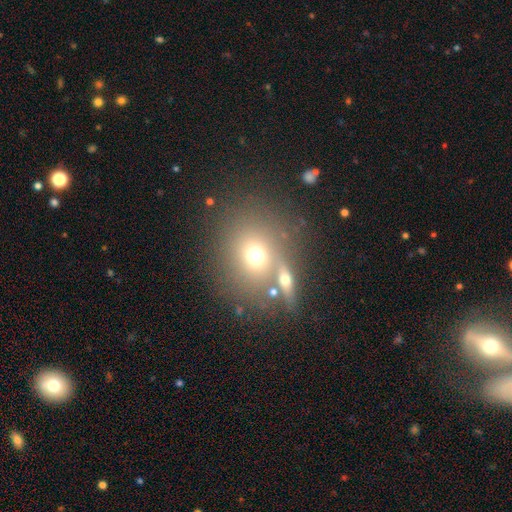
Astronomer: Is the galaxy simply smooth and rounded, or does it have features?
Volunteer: smooth — 70%.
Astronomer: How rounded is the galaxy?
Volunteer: round — 89%.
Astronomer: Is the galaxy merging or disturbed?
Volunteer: none — 61%.